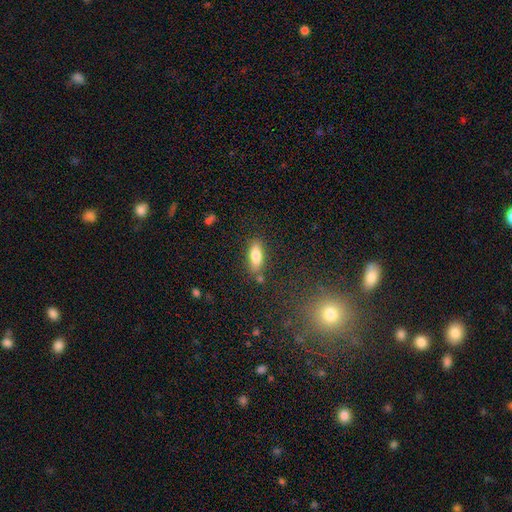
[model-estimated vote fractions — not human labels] Smooth or featured? smooth (78%)
How rounded? in between (74%)
Merging? none (79%)